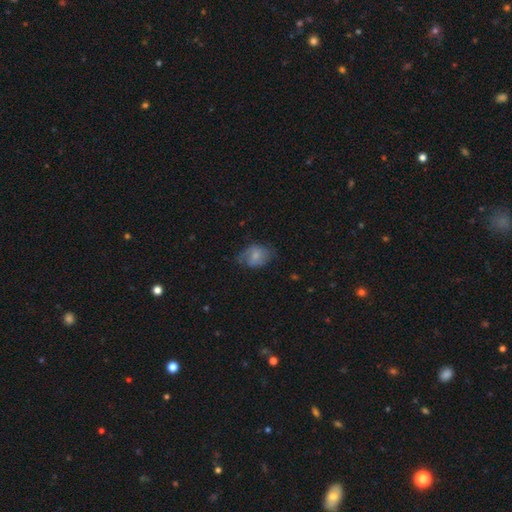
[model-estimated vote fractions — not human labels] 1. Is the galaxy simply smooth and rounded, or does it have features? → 55% smooth, 37% featured or disk, 8% star or artifact.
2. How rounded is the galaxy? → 66% in between, 33% round, 1% cigar-shaped.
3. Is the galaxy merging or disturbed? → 50% none, 31% minor disturbance, 17% major disturbance, 2% merger.